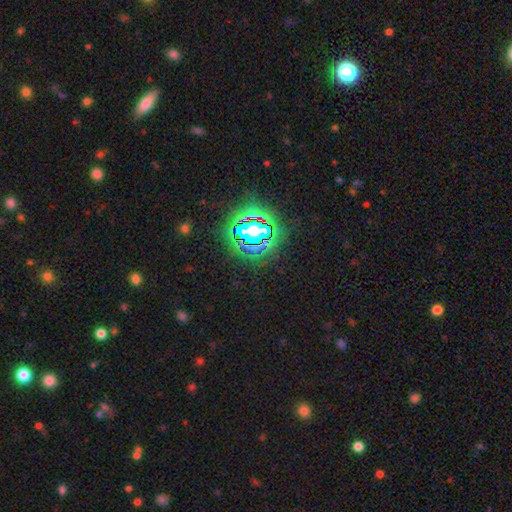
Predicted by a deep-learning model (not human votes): This appears to be a star or artifact, not a galaxy (77%).